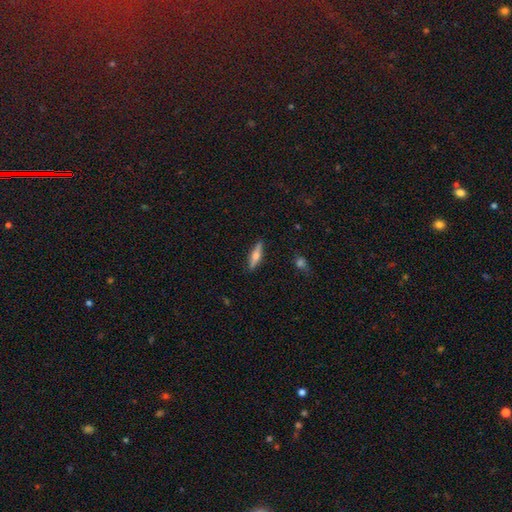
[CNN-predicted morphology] smooth 48%, featured or disk 46%, star or artifact 6%. Down the decision tree: merging — none (87%).